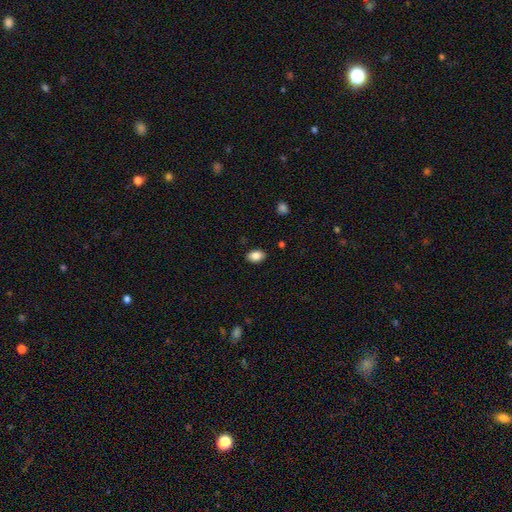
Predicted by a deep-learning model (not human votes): Smooth or featured? Predicted: smooth (p=0.86). How rounded? Predicted: in between (p=0.87). Merging? Predicted: none (p=0.88).